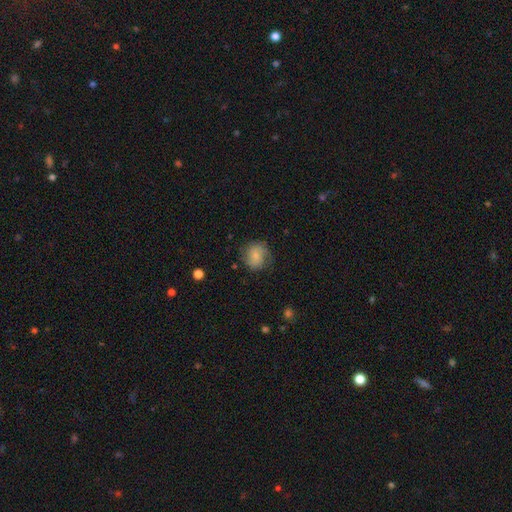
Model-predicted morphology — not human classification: type=smooth (62%); roundness=round (79%); merging=none (70%).